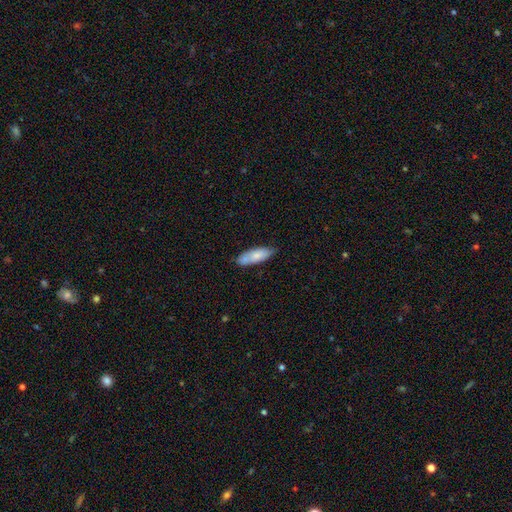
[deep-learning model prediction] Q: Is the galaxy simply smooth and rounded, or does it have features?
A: smooth — 75%.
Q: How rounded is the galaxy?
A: in between — 67%.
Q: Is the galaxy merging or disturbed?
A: none — 66%.